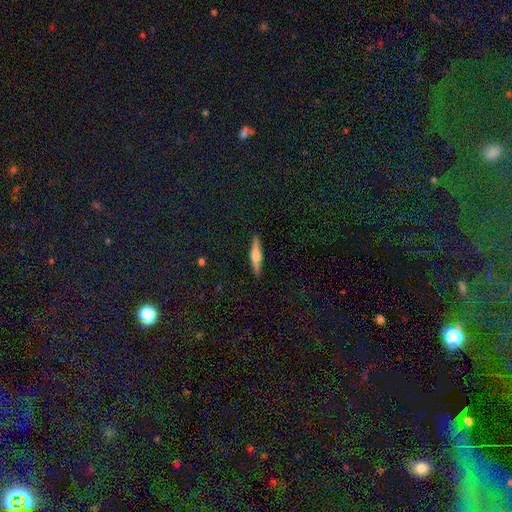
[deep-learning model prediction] Smooth or featured: featured or disk — 52% (smooth — 41%)
Edge-on disk: yes — 95% (no — 5%)
Merging: none — 87% (minor disturbance — 10%)